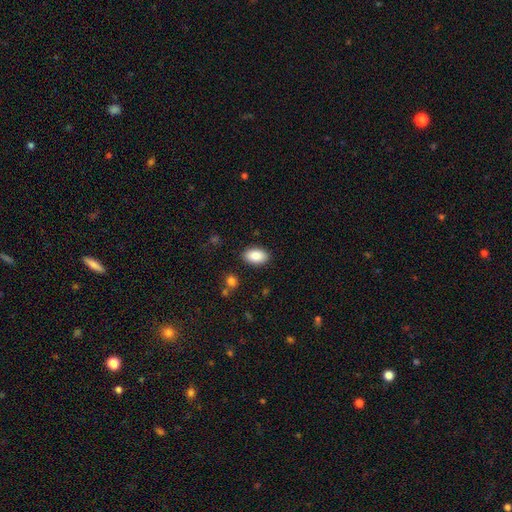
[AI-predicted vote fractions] Smooth or featured? Predicted: smooth (p=0.88). How rounded? Predicted: in between (p=0.93). Merging? Predicted: none (p=0.88).